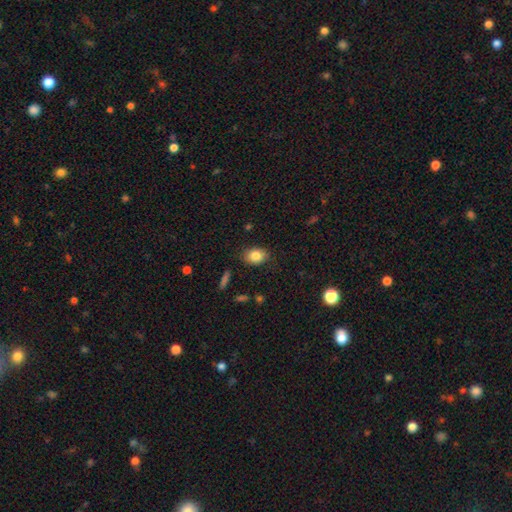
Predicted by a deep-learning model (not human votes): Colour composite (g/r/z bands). It shows a smooth galaxy with no disk features (82%) that is in between round and cigar-shaped (73%). Merging: none (85%).